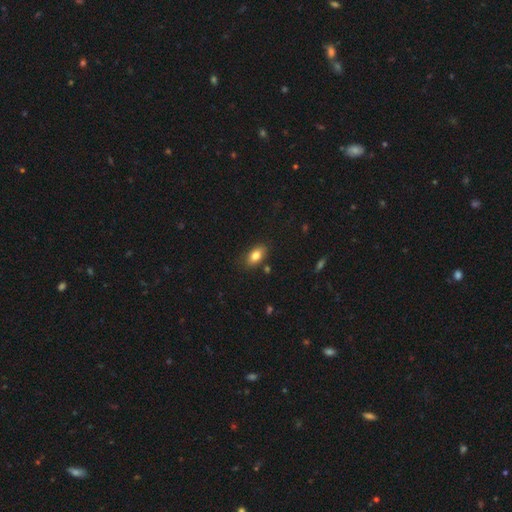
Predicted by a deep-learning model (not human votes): smooth 81%, featured or disk 10%, star or artifact 8%. Down the decision tree: how rounded — in between (88%); merging — none (82%).